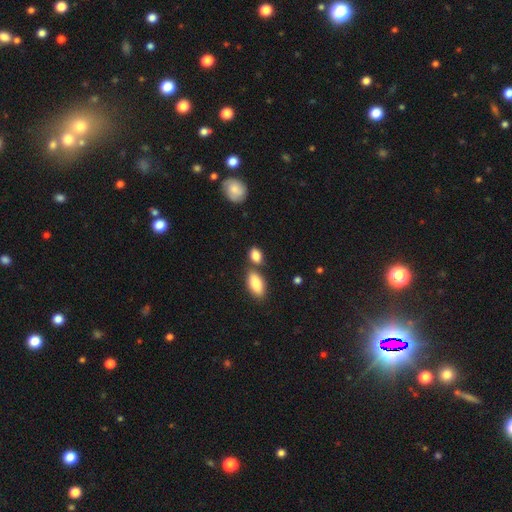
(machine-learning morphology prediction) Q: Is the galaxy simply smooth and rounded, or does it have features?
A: smooth — 85%.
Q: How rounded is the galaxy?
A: in between — 81%.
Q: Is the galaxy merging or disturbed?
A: none — 56%.